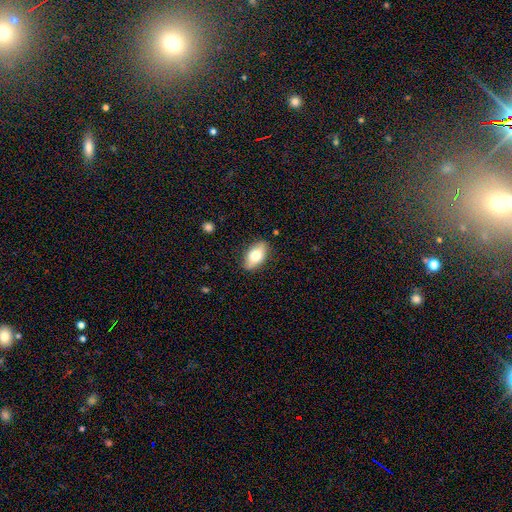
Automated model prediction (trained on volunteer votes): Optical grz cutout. It shows a smooth galaxy with no disk features (73%) that is in between round and cigar-shaped (90%). Merging: none (86%).